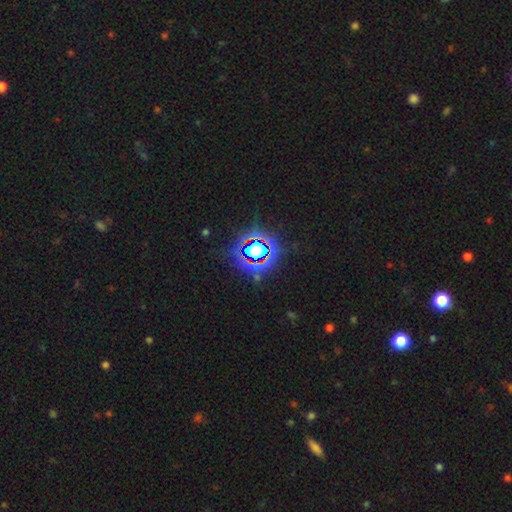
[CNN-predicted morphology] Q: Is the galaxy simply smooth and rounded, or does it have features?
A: star or artifact — 79%.